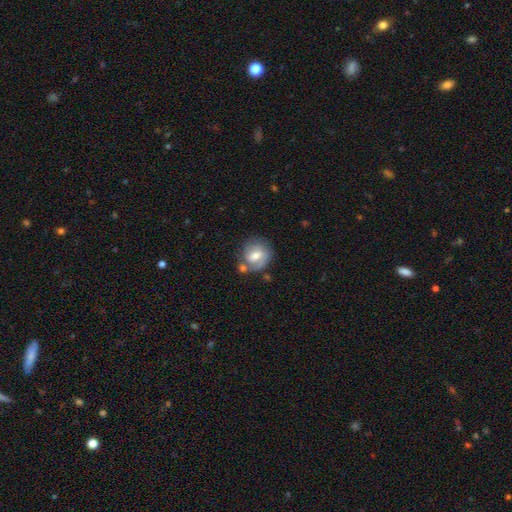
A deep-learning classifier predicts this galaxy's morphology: smooth_or_featured: featured or disk (p=0.51) [alt: smooth p=0.42]
disk_edge_on: no (p=0.97) [alt: yes p=0.03]
merging: none (p=0.50) [alt: minor disturbance p=0.20]